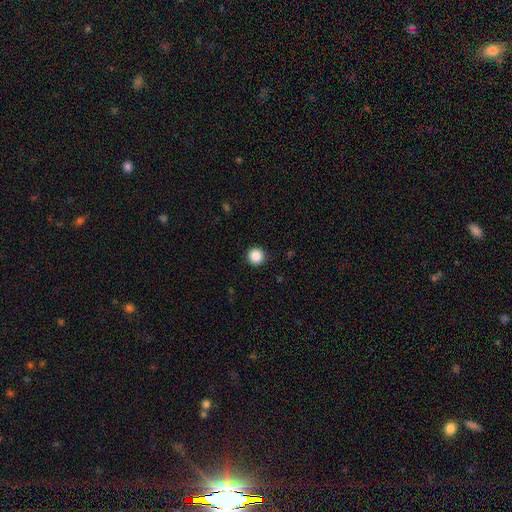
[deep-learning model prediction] Q: Smooth or featured?
A: smooth (87%); runner-up: star or artifact (10%)
Q: How rounded?
A: round (95%); runner-up: in between (4%)
Q: Merging?
A: none (93%); runner-up: minor disturbance (5%)